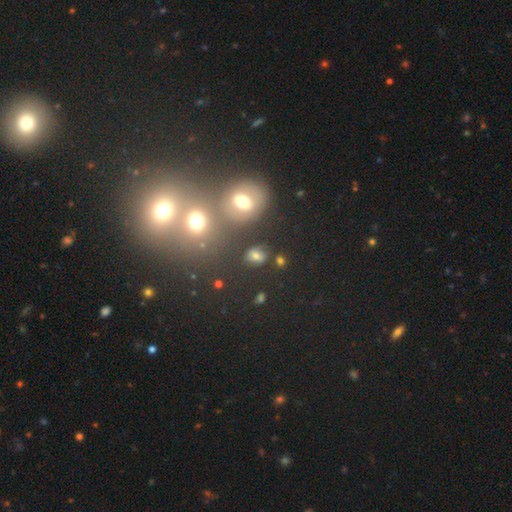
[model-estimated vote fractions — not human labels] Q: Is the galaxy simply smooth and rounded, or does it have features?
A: smooth — 66%.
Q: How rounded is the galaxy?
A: round — 55%.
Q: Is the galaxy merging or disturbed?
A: none — 70%.